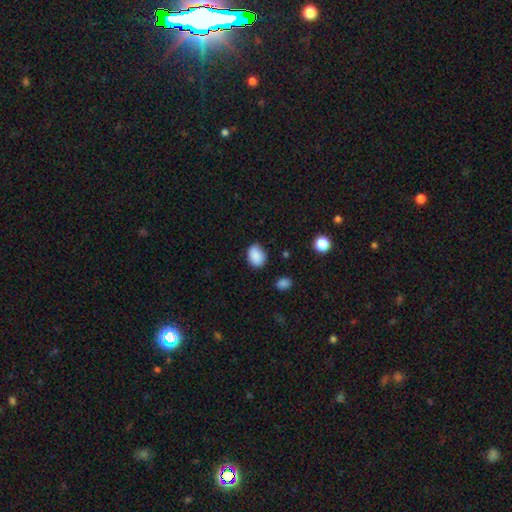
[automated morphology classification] The model was most divided on "how rounded": in between: 58%, round: 41%, cigar-shaped: 1%. More confident: smooth or featured — smooth (87%); merging — none (74%).